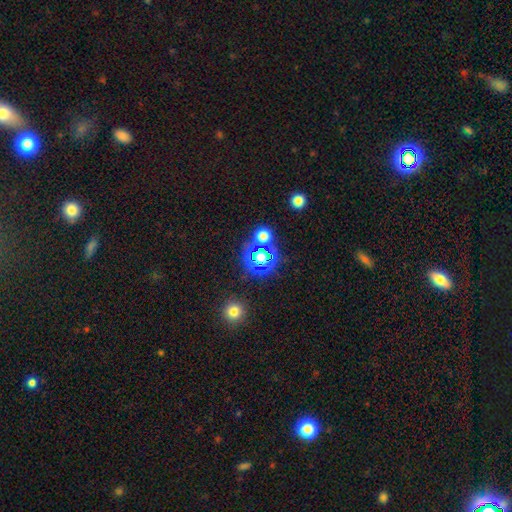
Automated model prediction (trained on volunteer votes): Morphology: type=star or artifact (64%).